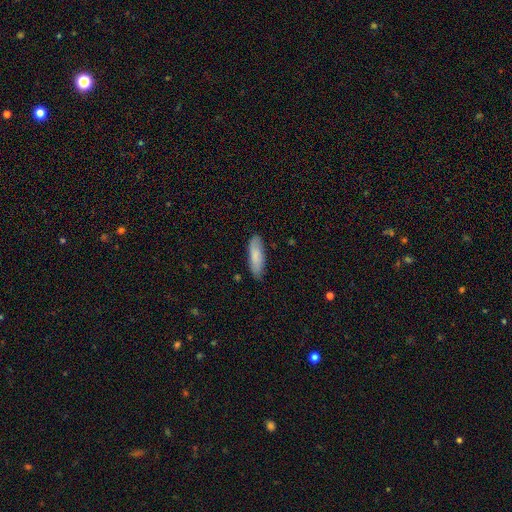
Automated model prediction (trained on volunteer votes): The model was most divided on "how rounded": cigar-shaped: 52%, in between: 47%, round: 1%. More confident: merging — none (84%); smooth or featured — smooth (82%).